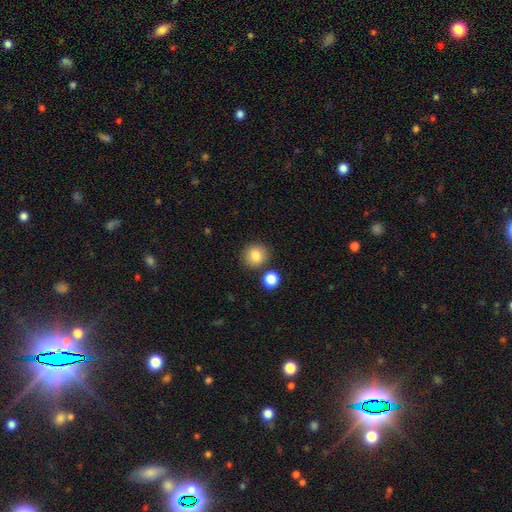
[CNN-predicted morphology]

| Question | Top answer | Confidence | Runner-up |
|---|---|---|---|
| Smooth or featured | smooth | 83% | star or artifact (10%) |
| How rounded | round | 87% | in between (12%) |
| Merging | none | 81% | minor disturbance (8%) |